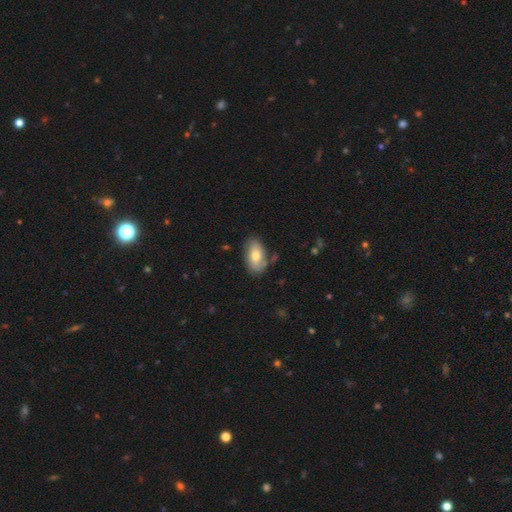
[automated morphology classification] smooth-or-featured: smooth: 71% | featured or disk: 23% | star or artifact: 7%
  how-rounded: in between: 92% | round: 5% | cigar-shaped: 3%
  merging: none: 74% | minor disturbance: 18% | merger: 4% | major disturbance: 4%